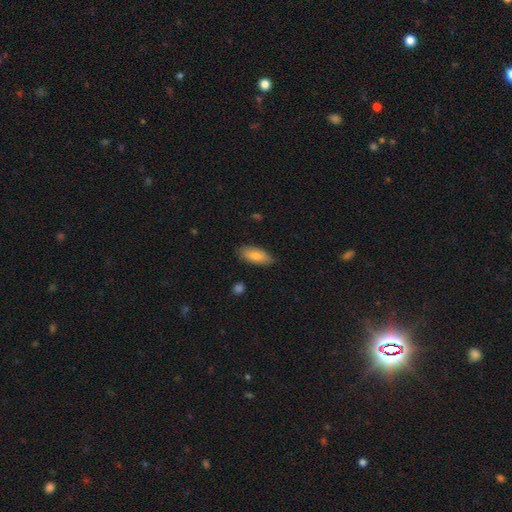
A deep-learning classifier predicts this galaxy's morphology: A smooth galaxy with no disk features (78%) that is in between round and cigar-shaped (84%). Merging: none (82%).